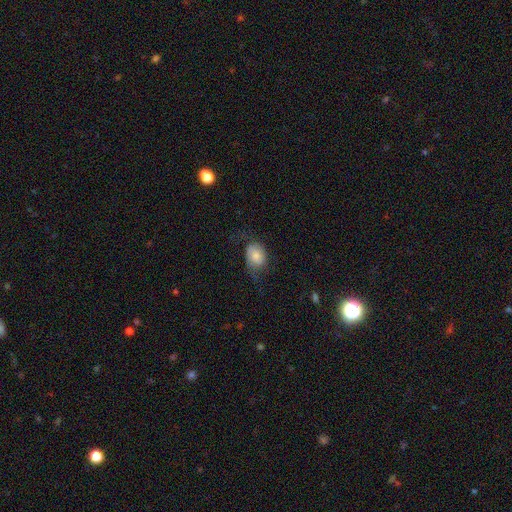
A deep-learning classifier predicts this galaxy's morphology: Smooth or featured?
  - smooth: 64% *
  - featured or disk: 27%
  - star or artifact: 8%
How rounded?
  - in between: 65% *
  - round: 34%
  - cigar-shaped: 1%
Merging?
  - none: 49% *
  - minor disturbance: 29%
  - major disturbance: 21%
  - merger: 1%